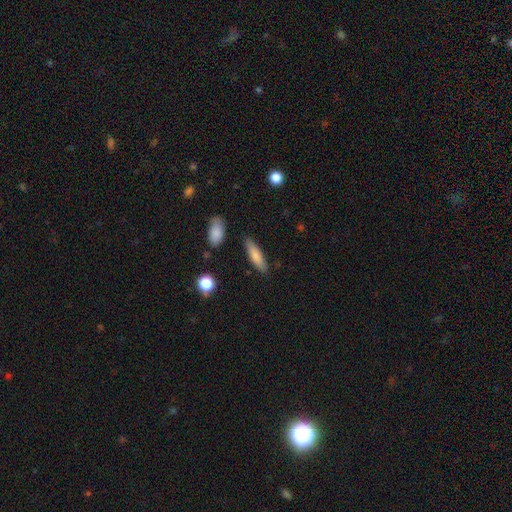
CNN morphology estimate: Smooth or featured?
  - smooth: 82% *
  - featured or disk: 12%
  - star or artifact: 7%
How rounded?
  - cigar-shaped: 60% *
  - in between: 38%
  - round: 2%
Merging?
  - none: 84% *
  - minor disturbance: 11%
  - merger: 3%
  - major disturbance: 2%